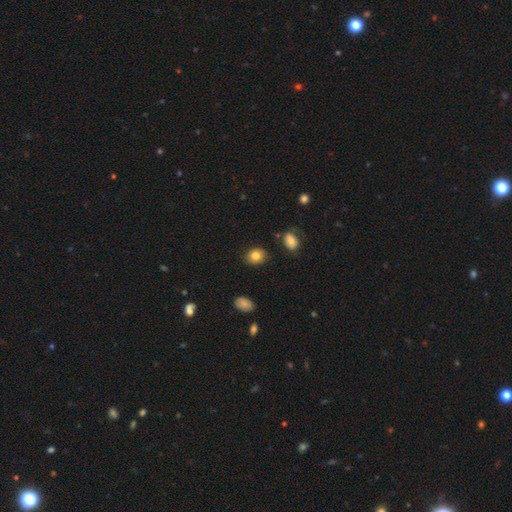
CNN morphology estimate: The model was most divided on "how rounded": round: 60%, in between: 39%, cigar-shaped: 1%. More confident: merging — none (86%); smooth or featured — smooth (82%).